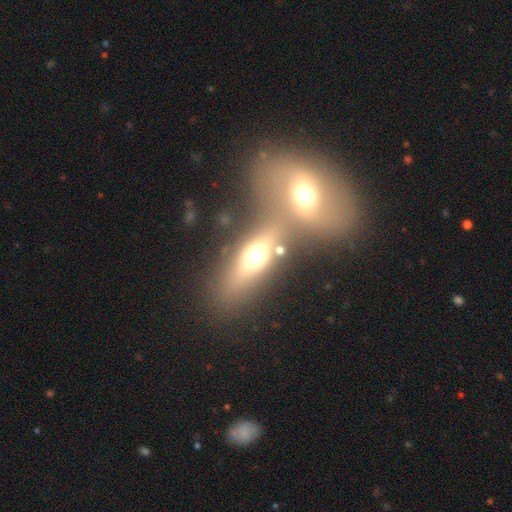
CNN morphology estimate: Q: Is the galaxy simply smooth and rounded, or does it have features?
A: smooth — 50%.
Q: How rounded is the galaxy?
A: in between — 62%.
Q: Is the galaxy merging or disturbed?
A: merger — 46%.